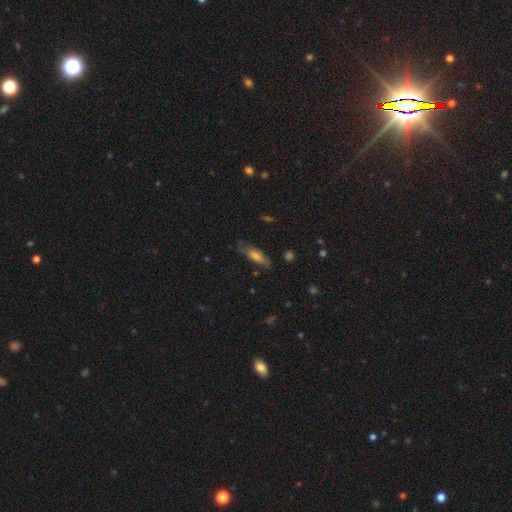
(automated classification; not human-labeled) Smooth or featured? smooth (52%)
How rounded? in between (52%)
Merging? none (70%)